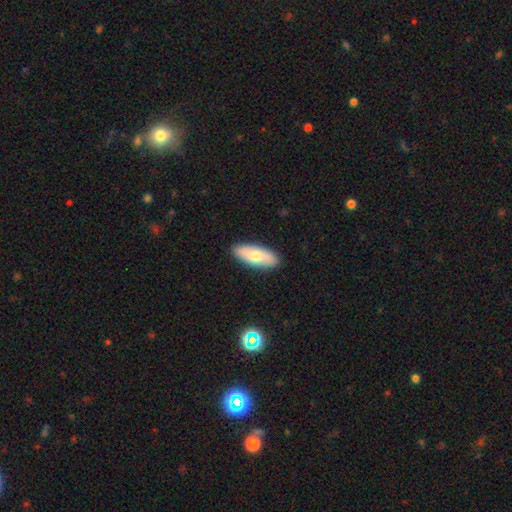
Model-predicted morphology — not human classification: Smooth or featured? smooth (69%)
How rounded? in between (78%)
Merging? none (89%)